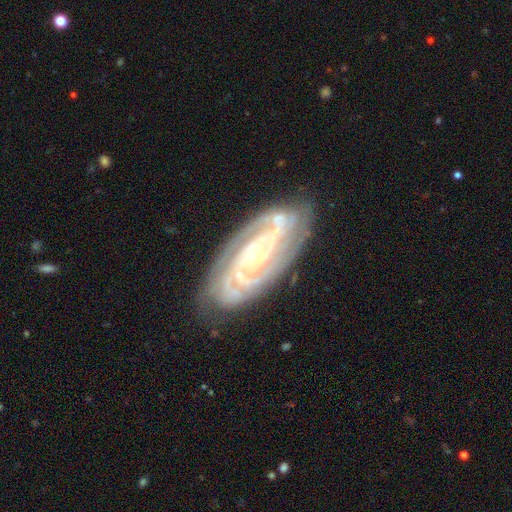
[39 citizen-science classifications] Smooth or featured: featured or disk — 95% (smooth — 5%)
Edge-on disk: no — 97% (yes — 3%)
Bar: no — 67% (weak — 28%)
Spiral arms: yes — 100%
Spiral winding: tight — 69% (medium — 31%)
Spiral arm count: 3 — 31% (4 — 22%)
Bulge size: small — 75% (moderate — 22%)
Merging: none — 87% (minor disturbance — 8%)